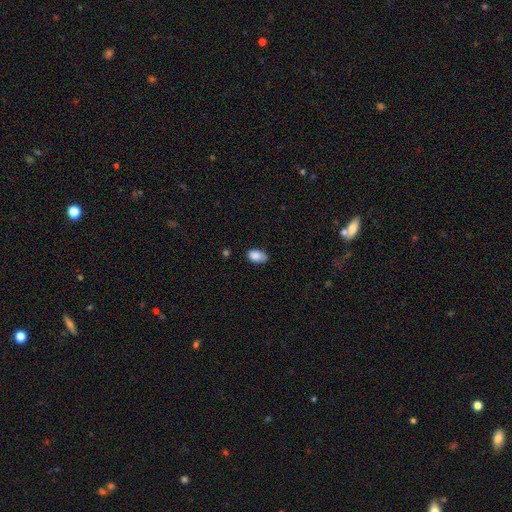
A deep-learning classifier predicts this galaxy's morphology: This is clearly a smooth galaxy (86%). How rounded: clearly in between (92%). Merging: likely none (64%).